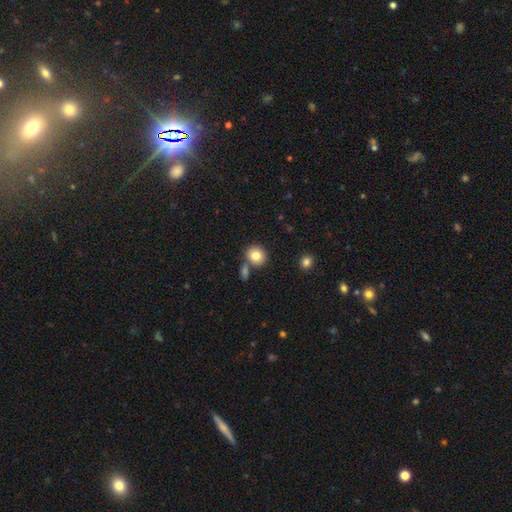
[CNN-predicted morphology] A smooth galaxy with no disk features (81%) that is round (79%).

Vote fractions:
- Smooth or featured? smooth: 81% / star or artifact: 10% / featured or disk: 9%
- How rounded? round: 79% / in between: 20% / cigar-shaped: 1%
- Merging? none: 72% / merger: 15% / minor disturbance: 10% / major disturbance: 3%